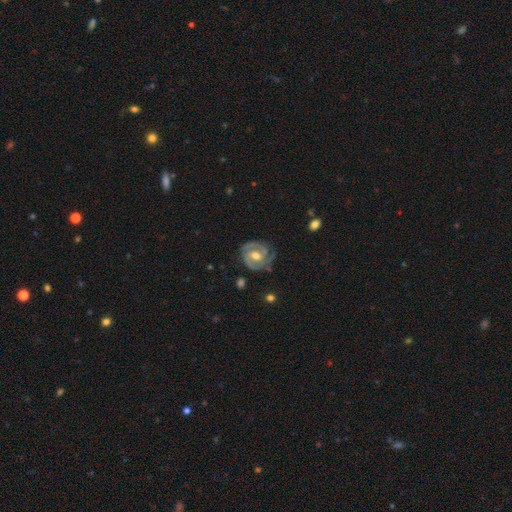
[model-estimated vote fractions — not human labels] This appears to be a featured or disk galaxy (87%) with a weak bar (44%), 2 (63%) tight (62%) spiral arms (96%) and a moderate central bulge (75%). Merging: none (74%).